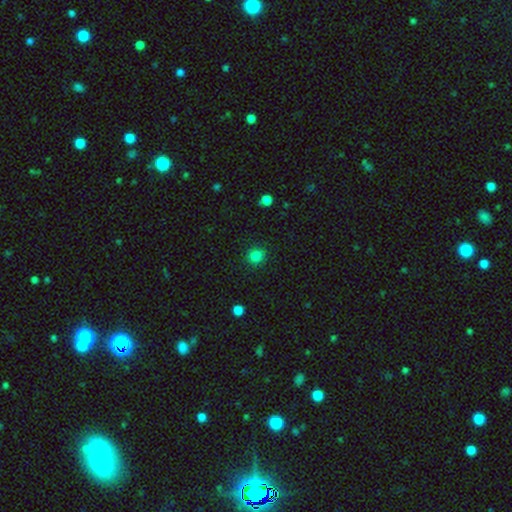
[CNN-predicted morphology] Smooth or featured? smooth (84%)
How rounded? round (85%)
Merging? none (89%)